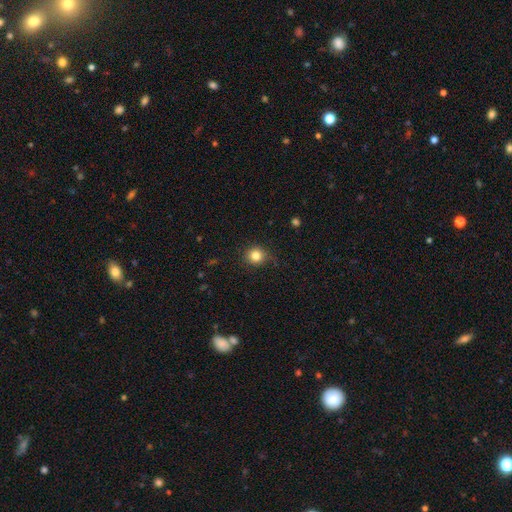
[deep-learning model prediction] Smooth or featured? Predicted: smooth (p=0.82). How rounded? Predicted: round (p=0.89). Merging? Predicted: none (p=0.79).